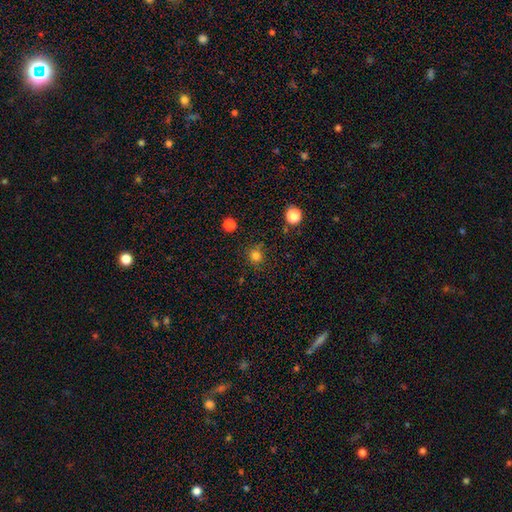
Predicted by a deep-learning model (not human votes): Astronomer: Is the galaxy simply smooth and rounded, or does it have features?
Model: smooth — 80%.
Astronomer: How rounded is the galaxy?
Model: round — 89%.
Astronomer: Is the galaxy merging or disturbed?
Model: none — 82%.